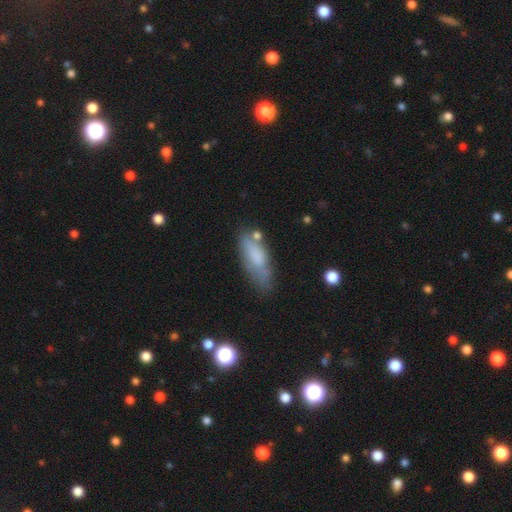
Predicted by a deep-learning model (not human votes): Q: Smooth or featured?
A: smooth (67%); runner-up: featured or disk (25%)
Q: How rounded?
A: in between (69%); runner-up: cigar-shaped (29%)
Q: Merging?
A: none (47%); runner-up: minor disturbance (30%)